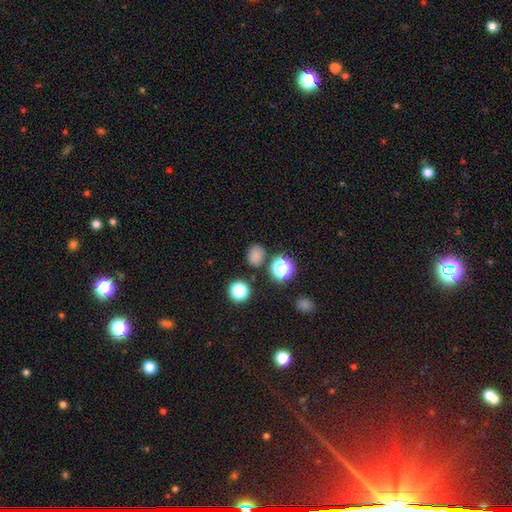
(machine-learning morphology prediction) smooth_or_featured: smooth (p=0.75) [alt: star or artifact p=0.20]
how_rounded: round (p=0.56) [alt: in between p=0.43]
merging: none (p=0.79) [alt: minor disturbance p=0.11]